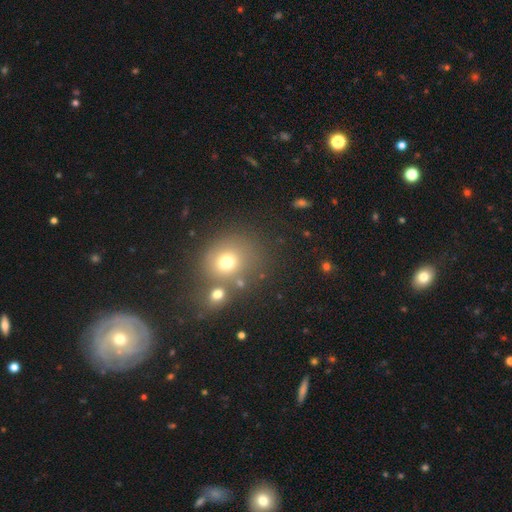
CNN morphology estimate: Smooth or featured? smooth (58%)
How rounded? round (80%)
Merging? none (66%)